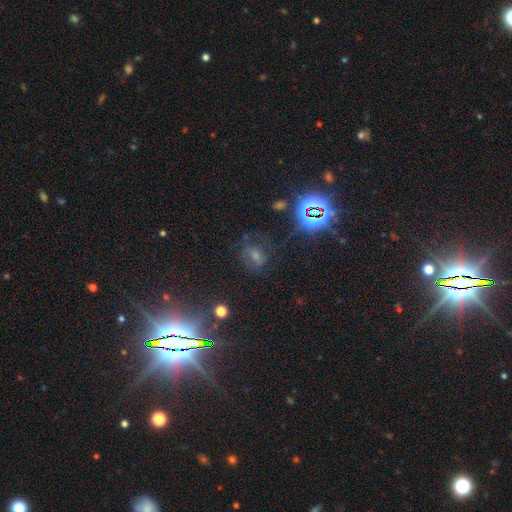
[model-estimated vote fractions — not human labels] Smooth or featured? Predicted: star or artifact (p=0.52).